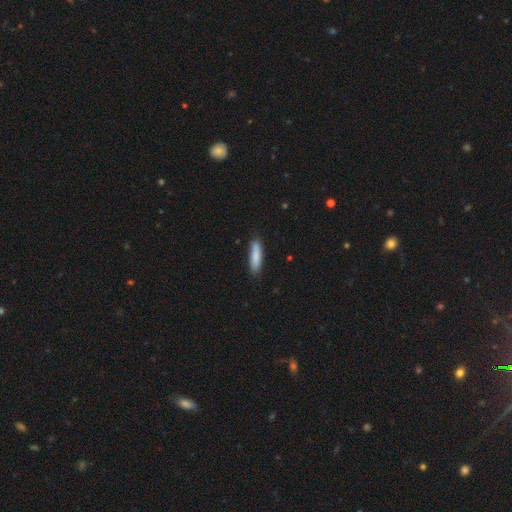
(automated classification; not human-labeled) Q: Smooth or featured?
A: smooth (86%); runner-up: featured or disk (8%)
Q: How rounded?
A: cigar-shaped (74%); runner-up: in between (24%)
Q: Merging?
A: none (83%); runner-up: minor disturbance (13%)